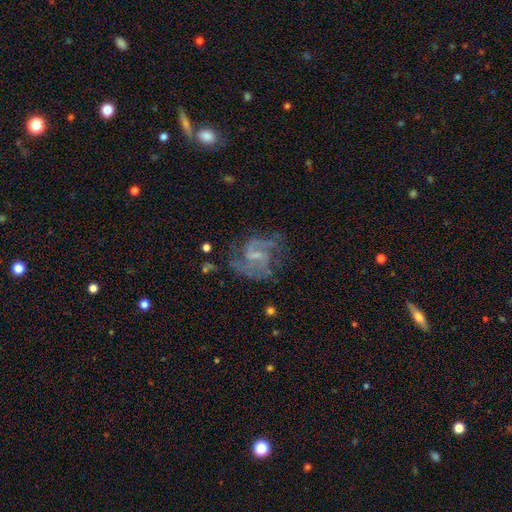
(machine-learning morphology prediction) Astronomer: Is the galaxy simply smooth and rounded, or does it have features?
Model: featured or disk — 83%.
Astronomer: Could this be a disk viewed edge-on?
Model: no — 98%.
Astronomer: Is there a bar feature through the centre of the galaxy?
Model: weak — 57%.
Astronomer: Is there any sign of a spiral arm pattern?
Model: yes — 93%.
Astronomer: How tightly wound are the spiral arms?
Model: medium — 53%.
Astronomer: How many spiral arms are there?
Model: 2 — 71%.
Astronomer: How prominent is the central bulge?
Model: small — 45% (runner-up: none, 31%).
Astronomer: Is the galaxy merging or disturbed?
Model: none — 60%.